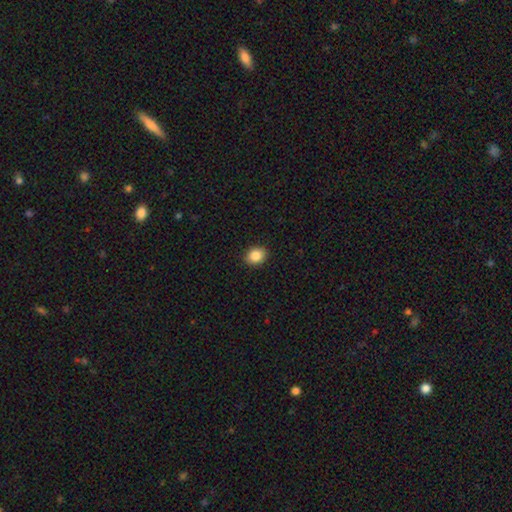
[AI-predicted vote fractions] Smooth or featured? Predicted: smooth (p=0.86). How rounded? Predicted: round (p=0.51). Merging? Predicted: none (p=0.91).